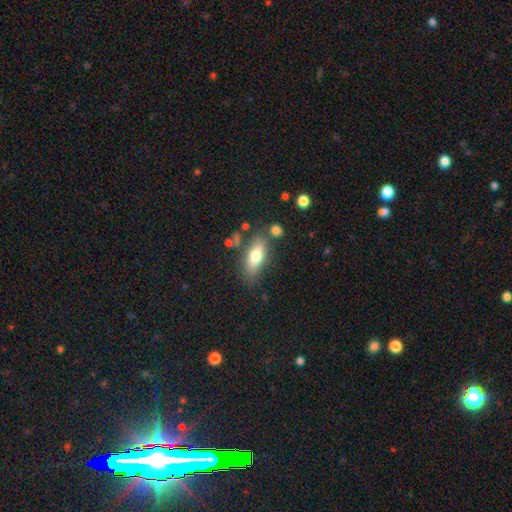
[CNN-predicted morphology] Overall: smooth (72%). How rounded: in between (73%). Merging: none (74%).